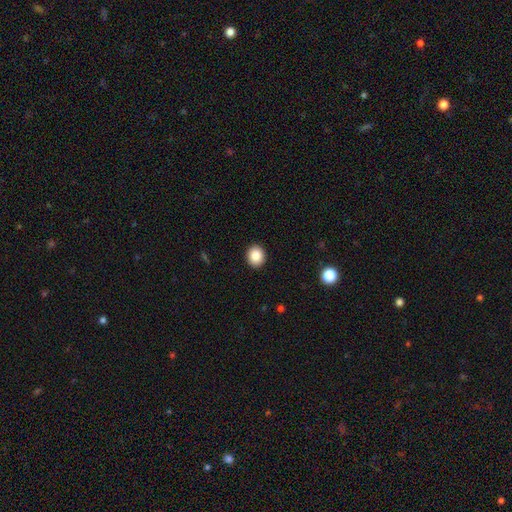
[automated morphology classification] Smooth or featured: smooth — 86% (star or artifact — 9%)
How rounded: round — 73% (in between — 26%)
Merging: none — 92% (minor disturbance — 5%)